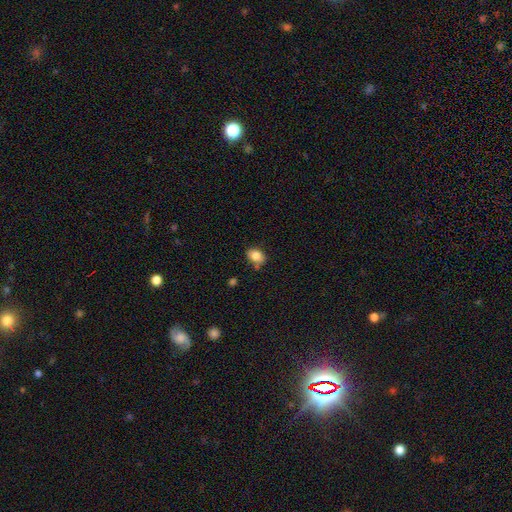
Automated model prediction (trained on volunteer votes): A smooth galaxy with no disk features (82%) that is in between round and cigar-shaped (64%).

Vote fractions:
- Smooth or featured? smooth: 82% / star or artifact: 9% / featured or disk: 9%
- How rounded? in between: 64% / round: 34% / cigar-shaped: 1%
- Merging? none: 65% / minor disturbance: 24% / merger: 6% / major disturbance: 5%